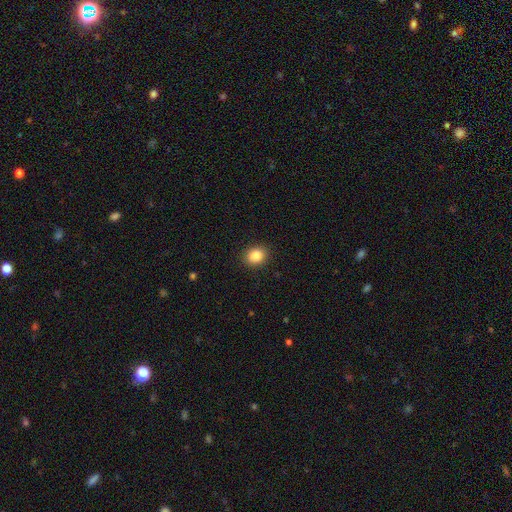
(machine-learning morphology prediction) type=smooth (86%); roundness=round (60%); merging=none (91%).